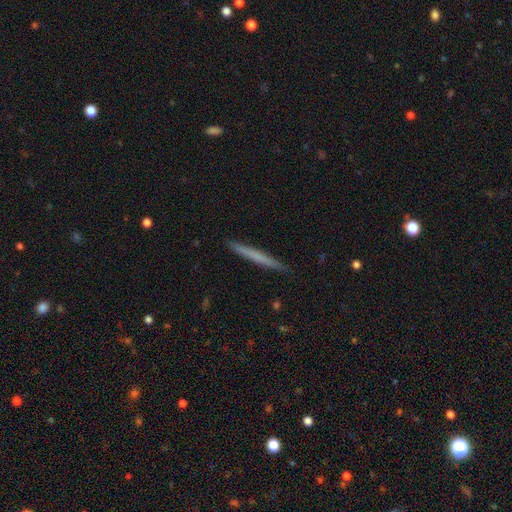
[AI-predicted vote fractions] Overall: smooth (61%; featured or disk 33%). How rounded: cigar-shaped (97%). Merging: none (91%).